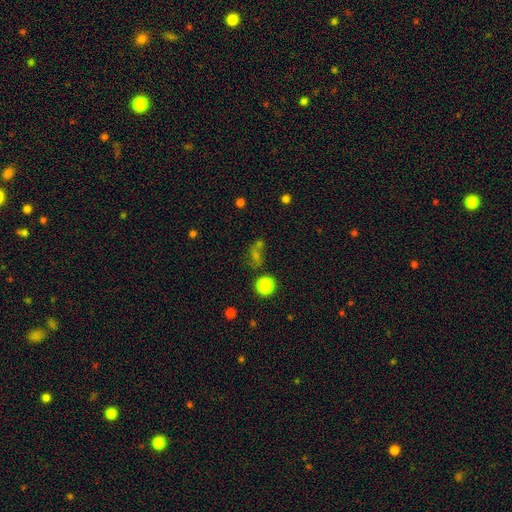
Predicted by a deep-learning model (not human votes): Smooth or featured? Predicted: smooth (p=0.51). How rounded? Predicted: round (p=0.57). Merging? Predicted: none (p=0.51).